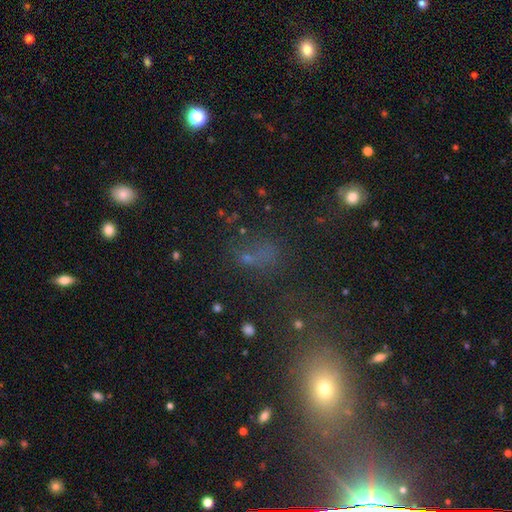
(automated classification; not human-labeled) Morphology: type=smooth (48%); merging=none (53%).